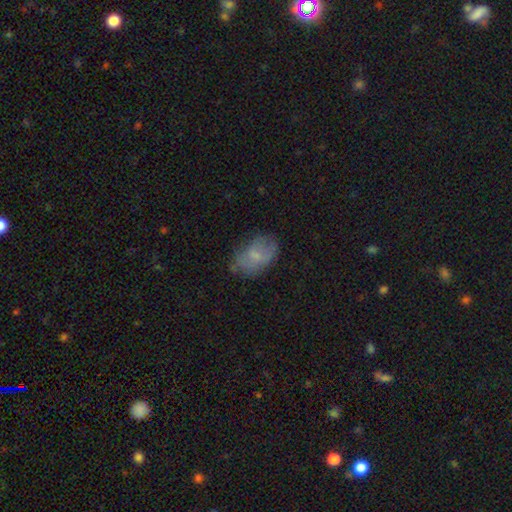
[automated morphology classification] A smooth galaxy with no disk features (62%) that is in between round and cigar-shaped (88%).

Vote fractions:
- Smooth or featured? smooth: 62% / featured or disk: 29% / star or artifact: 9%
- How rounded? in between: 88% / round: 10% / cigar-shaped: 2%
- Merging? none: 57% / minor disturbance: 29% / major disturbance: 12% / merger: 2%